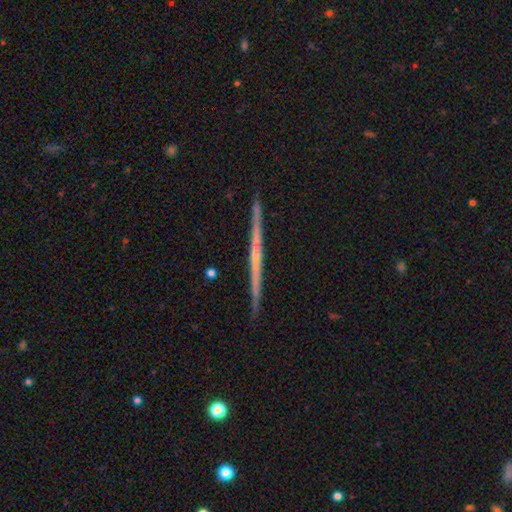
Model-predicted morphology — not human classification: smooth_or_featured: featured or disk (p=0.76) [alt: smooth p=0.18]
disk_edge_on: yes (p=0.98) [alt: no p=0.02]
edge_on_bulge: none (p=0.63) [alt: rounded p=0.32]
merging: none (p=0.92) [alt: minor disturbance p=0.05]